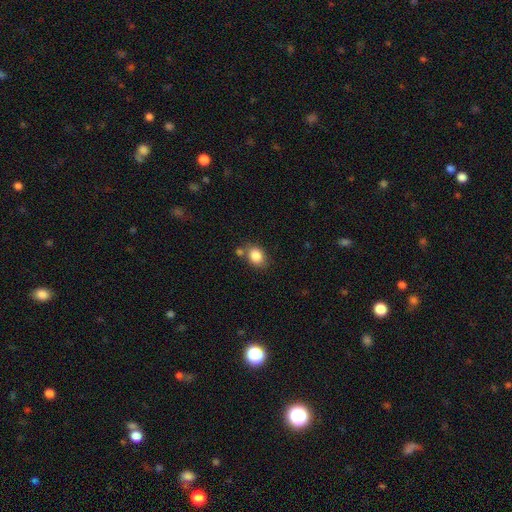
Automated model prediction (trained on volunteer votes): smooth_or_featured: smooth (p=0.85) [alt: star or artifact p=0.09]
how_rounded: in between (p=0.58) [alt: round p=0.41]
merging: none (p=0.67) [alt: minor disturbance p=0.15]